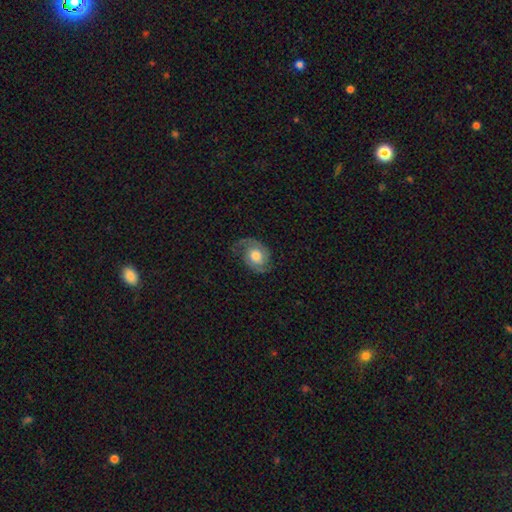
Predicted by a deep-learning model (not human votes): Smooth or featured?
  - featured or disk: 76% *
  - smooth: 18%
  - star or artifact: 6%
Edge-on disk?
  - no: 97% *
  - yes: 3%
Bar?
  - no: 72% *
  - weak: 24%
  - strong: 4%
Spiral arms?
  - yes: 94% *
  - no: 6%
Spiral winding?
  - medium: 44% *
  - tight: 35%
  - loose: 21%
Spiral arm count?
  - 2: 84% *
  - 1: 8%
  - can't tell: 5%
  - 3: 2%
  - 4: 1%
  - more than 4: 1%
Bulge size?
  - moderate: 50% *
  - large: 36%
  - small: 7%
  - dominant: 3%
  - none: 3%
Merging?
  - none: 67% *
  - minor disturbance: 21%
  - major disturbance: 11%
  - merger: 1%